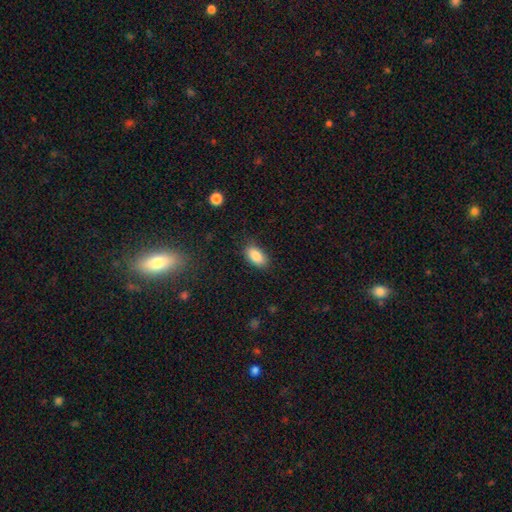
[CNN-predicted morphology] Smooth or featured? smooth (88%)
How rounded? in between (93%)
Merging? none (83%)